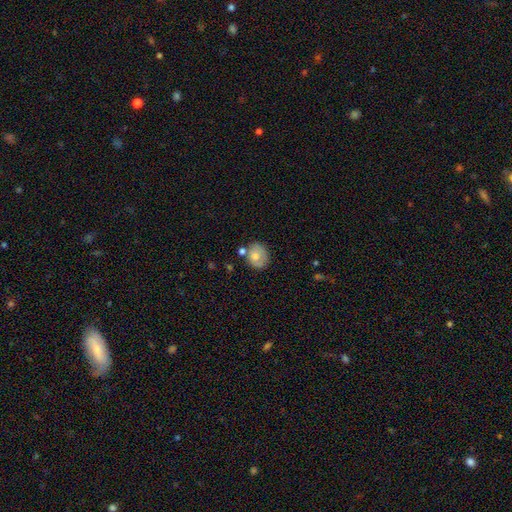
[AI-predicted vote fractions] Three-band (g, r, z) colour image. It shows a smooth galaxy with no disk features (68%) that is round (57%). Merging: none (59%).